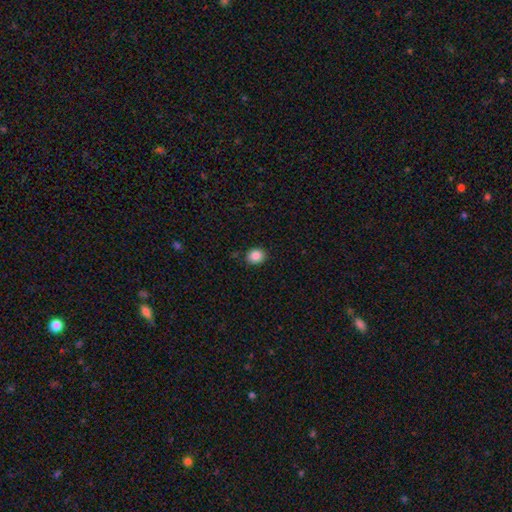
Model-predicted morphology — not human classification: Smooth or featured? smooth (86%)
How rounded? round (68%)
Merging? none (88%)